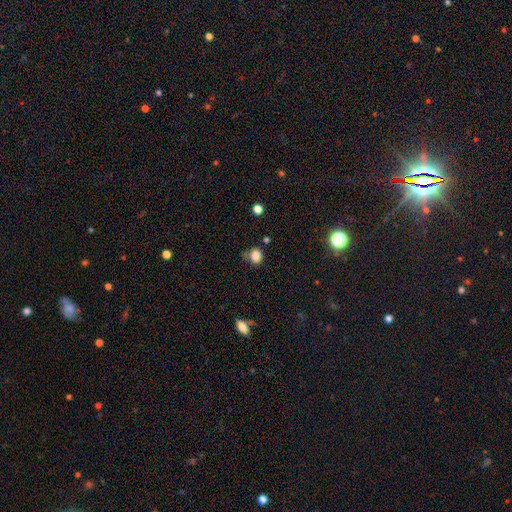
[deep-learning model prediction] This is clearly a smooth galaxy (83%). How rounded: possibly round (51%). Merging: possibly none (58%).